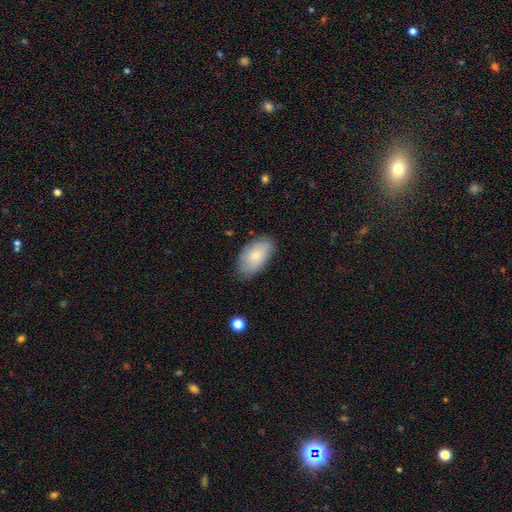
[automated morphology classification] This is likely a smooth galaxy (74%). How rounded: clearly in between (94%). Merging: likely none (77%).